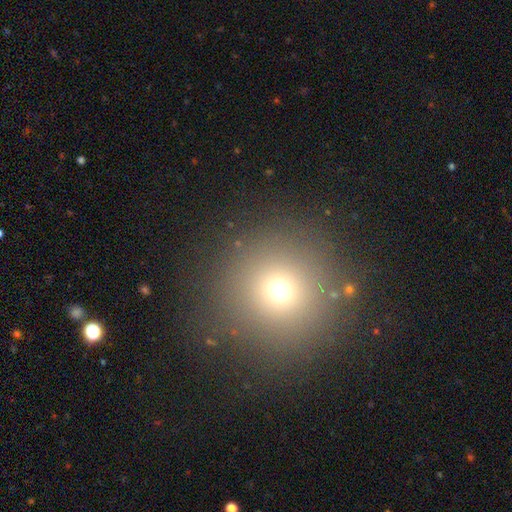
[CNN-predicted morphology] smooth 66%, star or artifact 25%, featured or disk 8%. Down the decision tree: how rounded — round (95%); merging — none (89%).